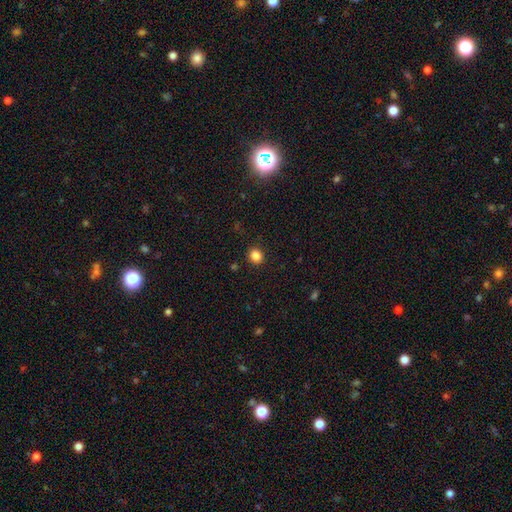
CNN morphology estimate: This is clearly a smooth galaxy (85%). How rounded: likely round (73%). Merging: clearly none (90%).